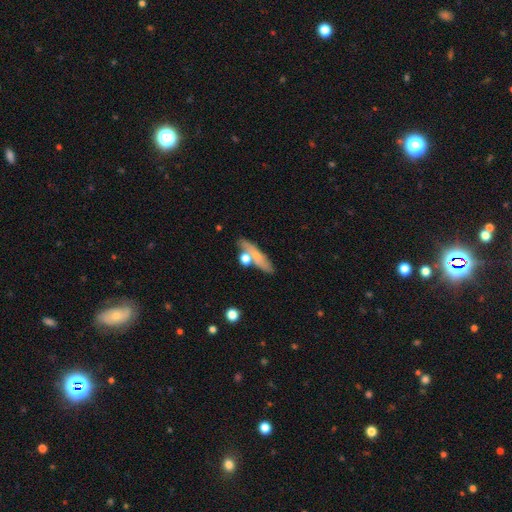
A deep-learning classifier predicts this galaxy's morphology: type=smooth (59%); roundness=cigar-shaped (59%); merging=none (63%).